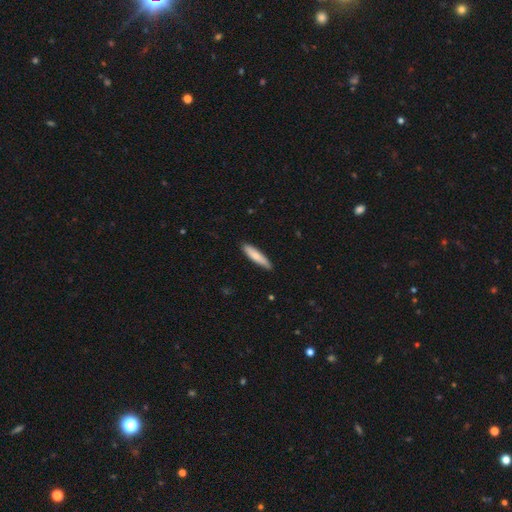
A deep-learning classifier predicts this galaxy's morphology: smooth 77%, featured or disk 17%, star or artifact 5%. Down the decision tree: how rounded — cigar-shaped (81%); merging — none (86%).